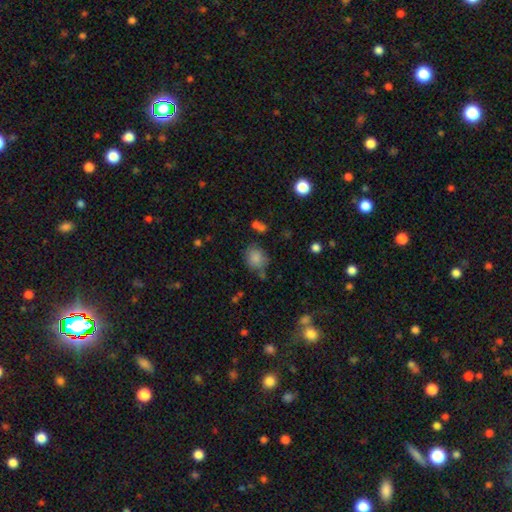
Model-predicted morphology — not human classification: smooth-or-featured: smooth: 77% | star or artifact: 16% | featured or disk: 7%
  how-rounded: round: 75% | in between: 24% | cigar-shaped: 1%
  merging: none: 77% | minor disturbance: 13% | merger: 6% | major disturbance: 4%